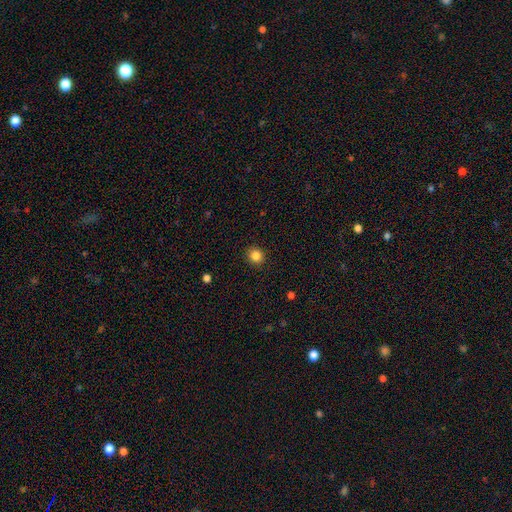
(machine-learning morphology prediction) A smooth galaxy with no disk features (85%) that is round (82%).

Vote fractions:
- Smooth or featured? smooth: 85% / star or artifact: 11% / featured or disk: 4%
- How rounded? round: 82% / in between: 17% / cigar-shaped: 1%
- Merging? none: 91% / minor disturbance: 6% / major disturbance: 2% / merger: 1%